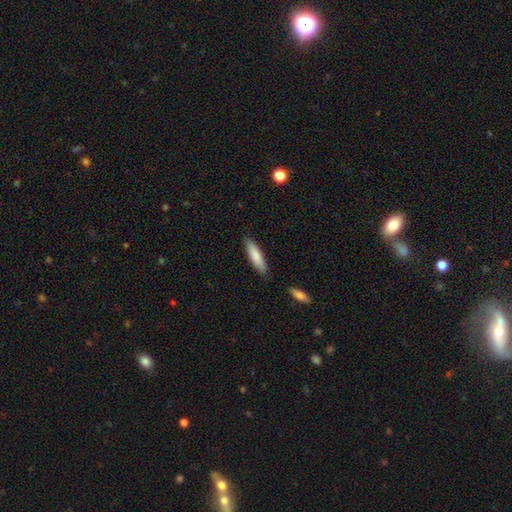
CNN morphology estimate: This appears to be a smooth galaxy with no disk features (83%) that is cigar-shaped (69%). Merging: none (86%).